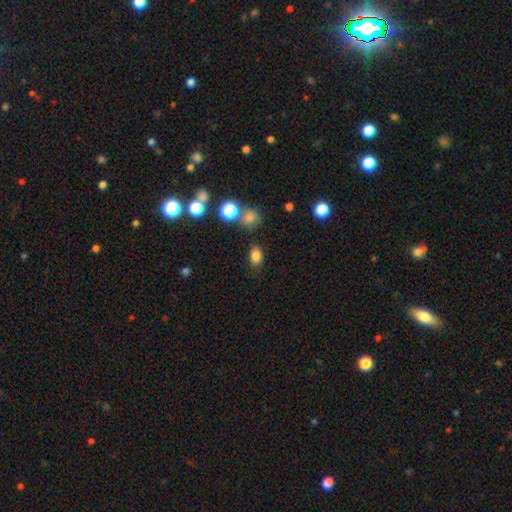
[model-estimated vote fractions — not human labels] This appears to be a smooth galaxy with no disk features (81%) that is in between round and cigar-shaped (77%). Merging: none (81%).